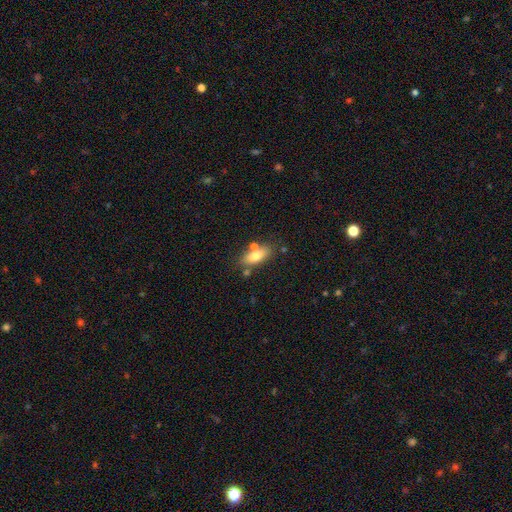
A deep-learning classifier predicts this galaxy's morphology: Smooth or featured? Predicted: smooth (p=0.71). How rounded? Predicted: in between (p=0.76). Merging? Predicted: none (p=0.67).